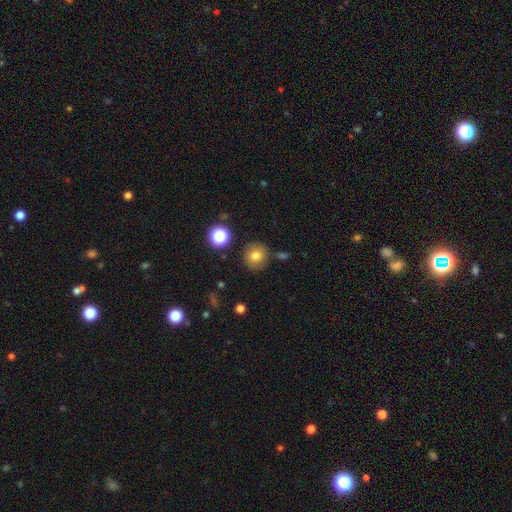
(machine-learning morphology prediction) Smooth or featured? smooth (78%)
How rounded? round (90%)
Merging? none (84%)